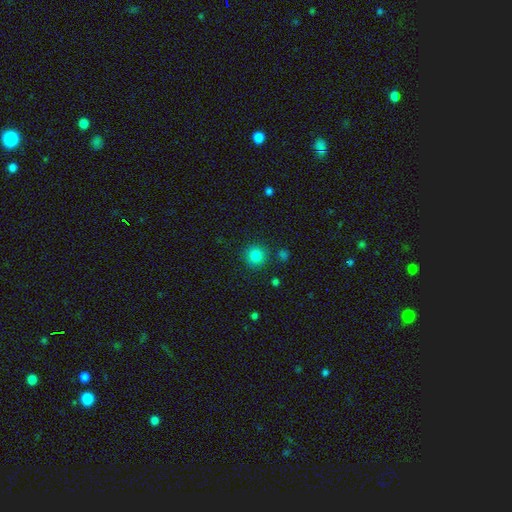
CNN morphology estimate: smooth_or_featured: smooth (p=0.83) [alt: star or artifact p=0.12]
how_rounded: round (p=0.93) [alt: in between p=0.06]
merging: none (p=0.88) [alt: minor disturbance p=0.07]